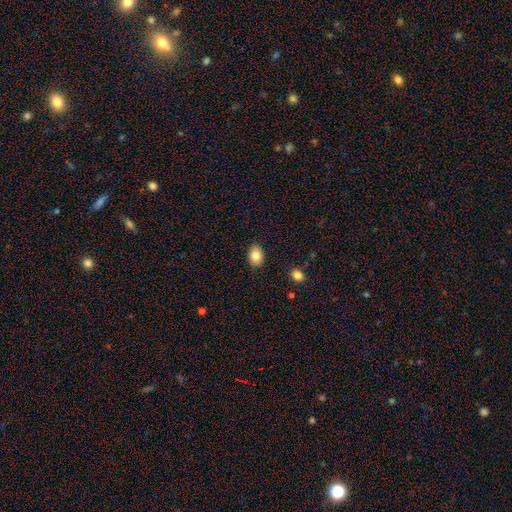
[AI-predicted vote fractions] Smooth or featured? Predicted: smooth (p=0.83). How rounded? Predicted: in between (p=0.72). Merging? Predicted: none (p=0.89).